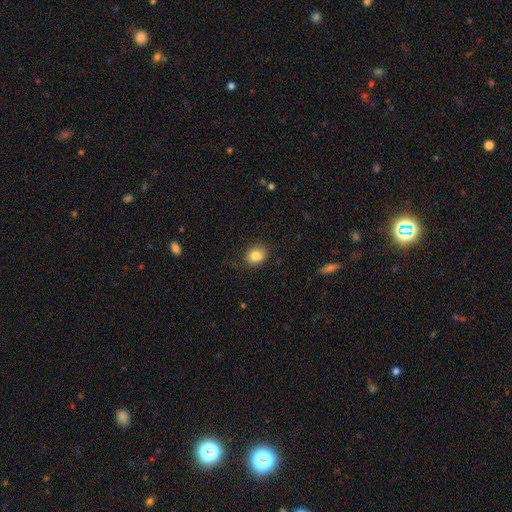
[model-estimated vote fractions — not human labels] Smooth or featured: smooth — 84% (star or artifact — 9%)
How rounded: round — 59% (in between — 40%)
Merging: none — 78% (minor disturbance — 17%)